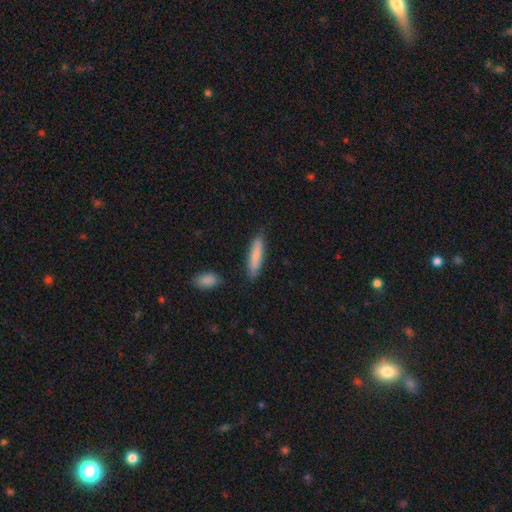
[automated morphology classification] Smooth or featured?
  - smooth: 83% *
  - featured or disk: 11%
  - star or artifact: 6%
How rounded?
  - cigar-shaped: 82% *
  - in between: 17%
  - round: 1%
Merging?
  - none: 85% *
  - minor disturbance: 10%
  - merger: 2%
  - major disturbance: 2%